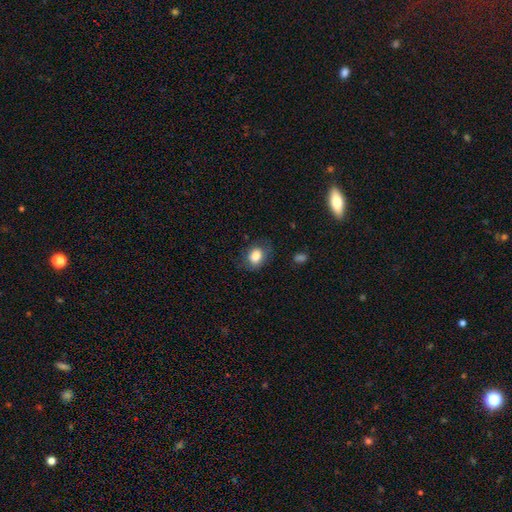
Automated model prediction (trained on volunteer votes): This is clearly a smooth galaxy (82%). How rounded: possibly in between (56%). Merging: likely none (74%).